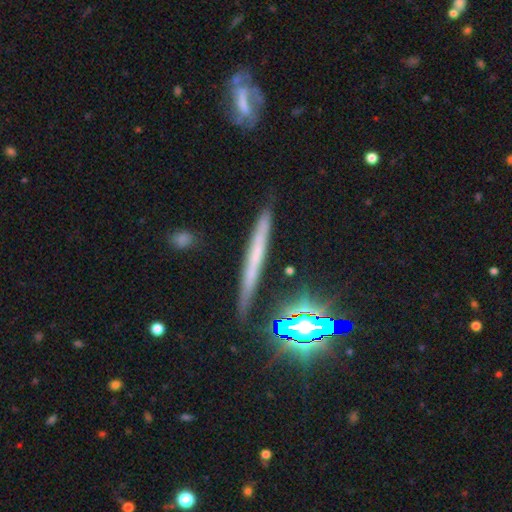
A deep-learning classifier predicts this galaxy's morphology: The model was most divided on "smooth or featured": featured or disk: 42%, smooth: 41%, star or artifact: 17%. More confident: merging — none (84%).